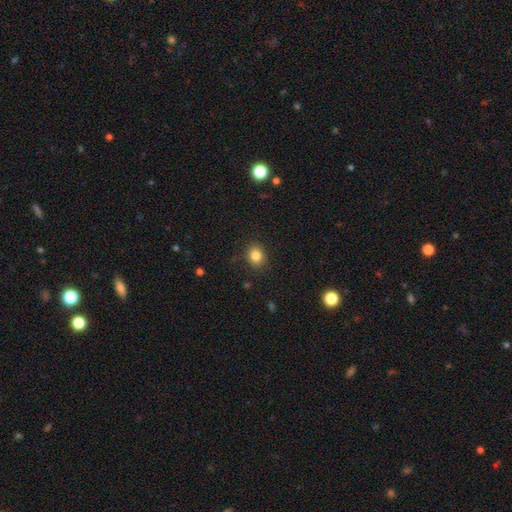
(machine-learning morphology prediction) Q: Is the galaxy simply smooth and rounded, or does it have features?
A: smooth — 84%.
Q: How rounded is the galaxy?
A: round — 61%.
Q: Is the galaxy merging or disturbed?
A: none — 88%.